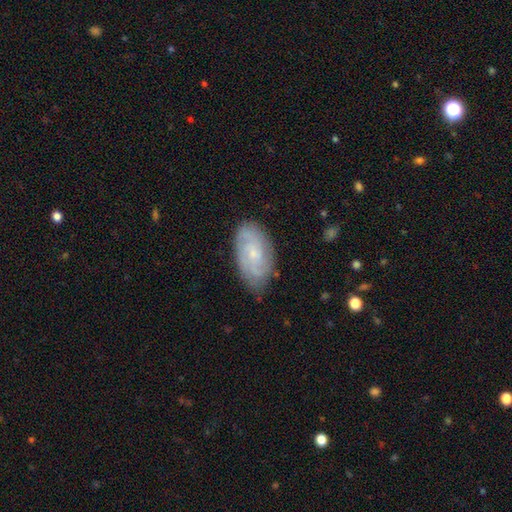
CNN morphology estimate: Smooth or featured: featured or disk — 72% (smooth — 22%)
Edge-on disk: no — 96% (yes — 4%)
Bar: no — 65% (weak — 31%)
Spiral arms: yes — 93% (no — 7%)
Spiral winding: tight — 58% (medium — 34%)
Spiral arm count: 2 — 37% (can't tell — 31%)
Bulge size: small — 70% (moderate — 22%)
Merging: none — 73% (minor disturbance — 21%)